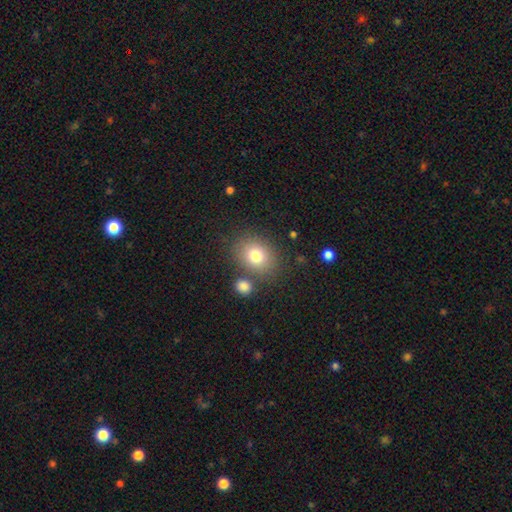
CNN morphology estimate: Q: Smooth or featured?
A: smooth (78%); runner-up: star or artifact (11%)
Q: How rounded?
A: round (54%); runner-up: in between (45%)
Q: Merging?
A: none (74%); runner-up: minor disturbance (11%)